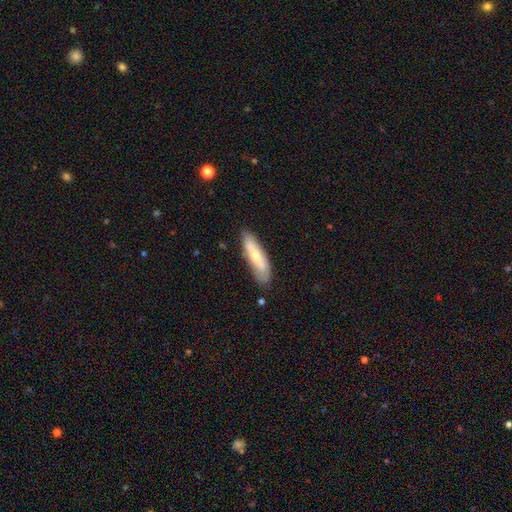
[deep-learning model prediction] Smooth or featured: smooth — 62% (featured or disk — 32%)
How rounded: cigar-shaped — 67% (in between — 31%)
Merging: none — 77% (minor disturbance — 17%)